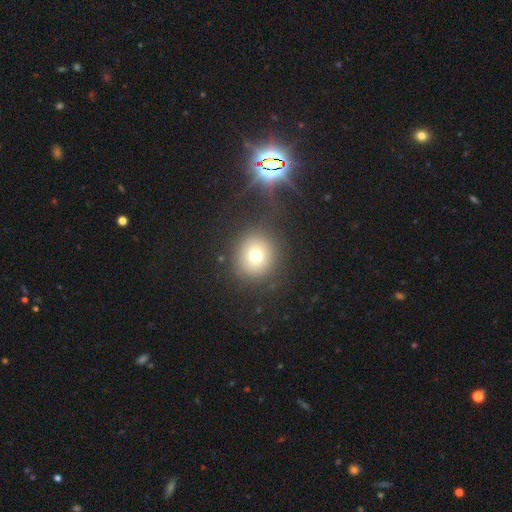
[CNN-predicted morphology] Smooth or featured? smooth (70%)
How rounded? round (89%)
Merging? none (85%)